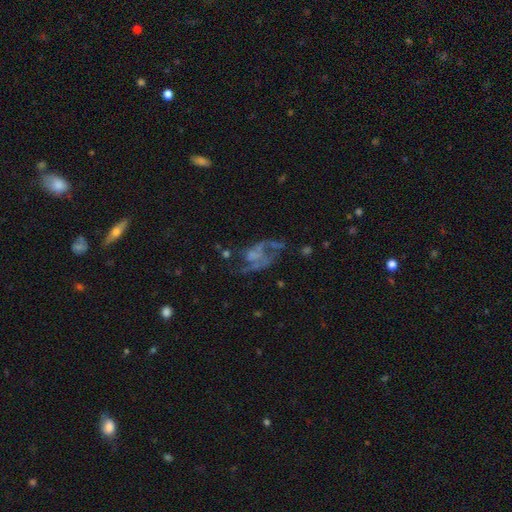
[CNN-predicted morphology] This appears to be a featured or disk galaxy (65%) with no bar (79%), no spiral arms (52%) and no central bulge (71%). Merging: major disturbance (44%).